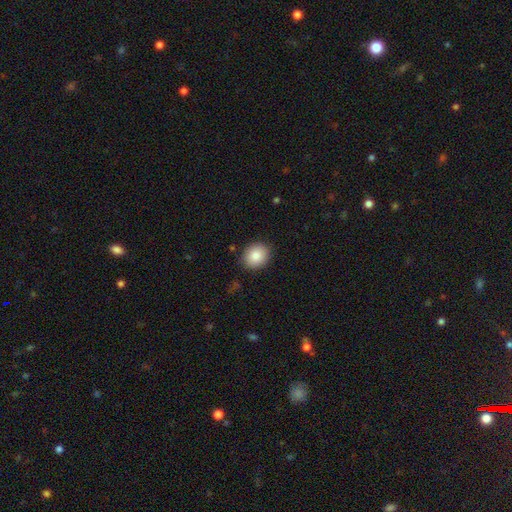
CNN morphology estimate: Overall: smooth (84%). How rounded: round (71%). Merging: none (88%).